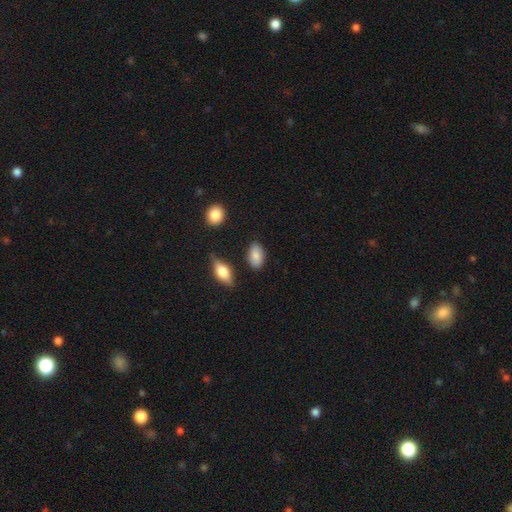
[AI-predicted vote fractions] Smooth or featured: smooth — 86% (featured or disk — 8%)
How rounded: in between — 91% (round — 6%)
Merging: none — 81% (minor disturbance — 13%)